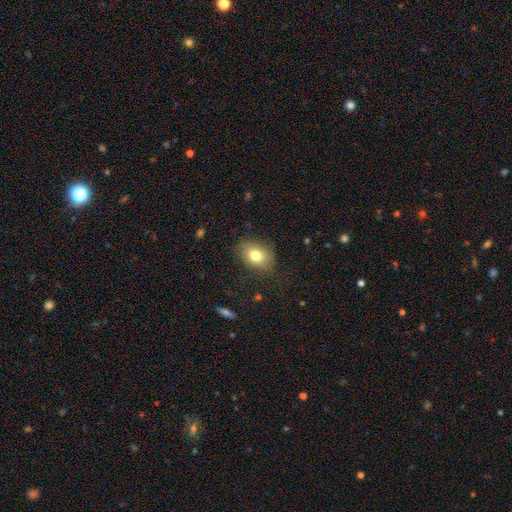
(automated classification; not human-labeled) Morphology: type=smooth (77%); roundness=in between (74%); merging=none (78%).